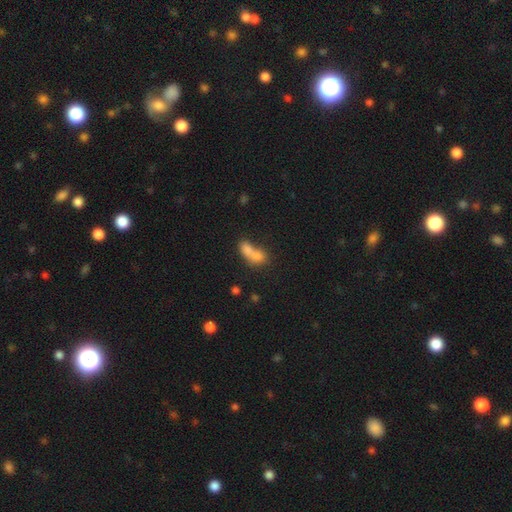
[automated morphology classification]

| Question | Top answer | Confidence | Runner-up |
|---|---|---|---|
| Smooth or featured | smooth | 71% | featured or disk (18%) |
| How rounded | in between | 65% | round (21%) |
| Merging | merger | 64% | none (21%) |